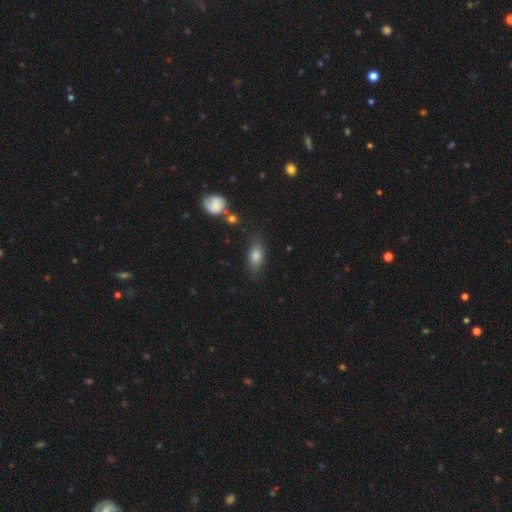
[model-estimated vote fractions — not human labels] Smooth or featured? Predicted: smooth (p=0.76). How rounded? Predicted: in between (p=0.81). Merging? Predicted: none (p=0.75).